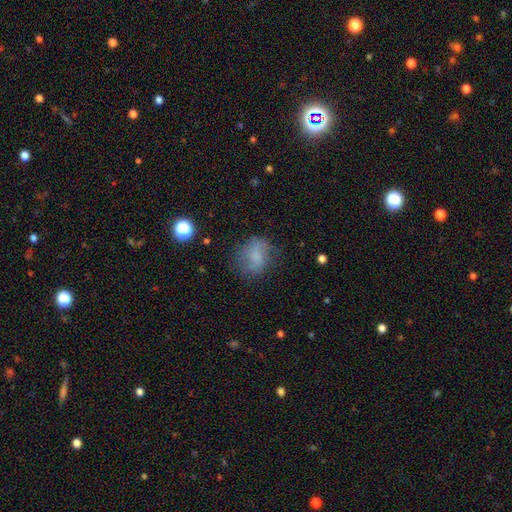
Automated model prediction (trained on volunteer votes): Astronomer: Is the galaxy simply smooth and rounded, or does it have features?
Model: smooth — 64%.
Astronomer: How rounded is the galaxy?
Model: in between — 50% (runner-up: round, 48%).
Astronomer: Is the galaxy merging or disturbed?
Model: none — 62%.